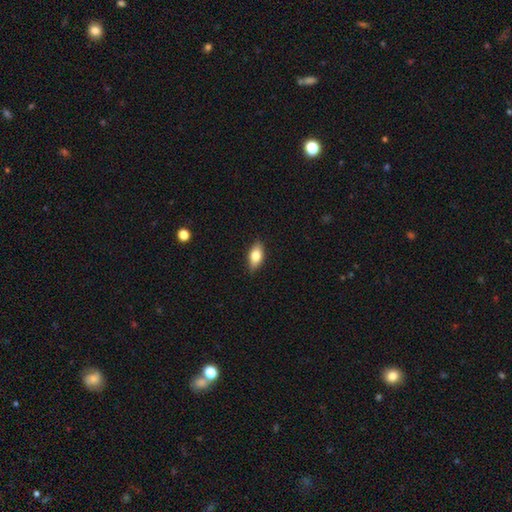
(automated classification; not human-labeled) smooth_or_featured: smooth (p=0.77) [alt: featured or disk p=0.15]
how_rounded: in between (p=0.87) [alt: cigar-shaped p=0.08]
merging: none (p=0.86) [alt: minor disturbance p=0.11]